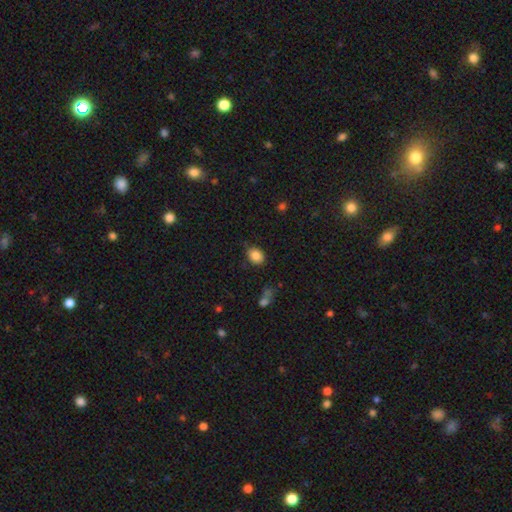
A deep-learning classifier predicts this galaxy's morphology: Smooth or featured: smooth — 85% (star or artifact — 9%)
How rounded: in between — 59% (round — 40%)
Merging: none — 74% (minor disturbance — 20%)